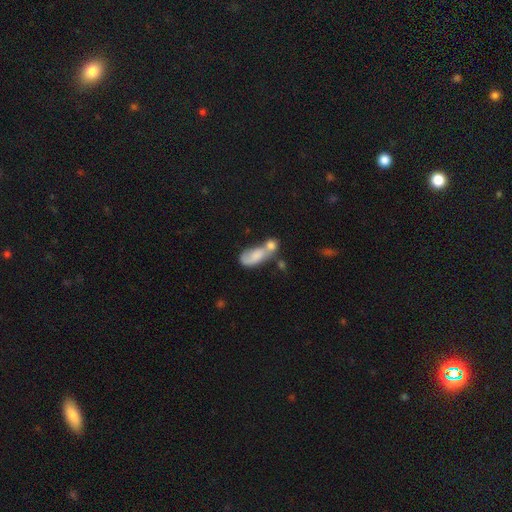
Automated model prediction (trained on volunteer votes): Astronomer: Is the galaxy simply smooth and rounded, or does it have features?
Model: smooth — 64%.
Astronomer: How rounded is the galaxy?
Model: in between — 82%.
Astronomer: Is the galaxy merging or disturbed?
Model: merger — 63%.